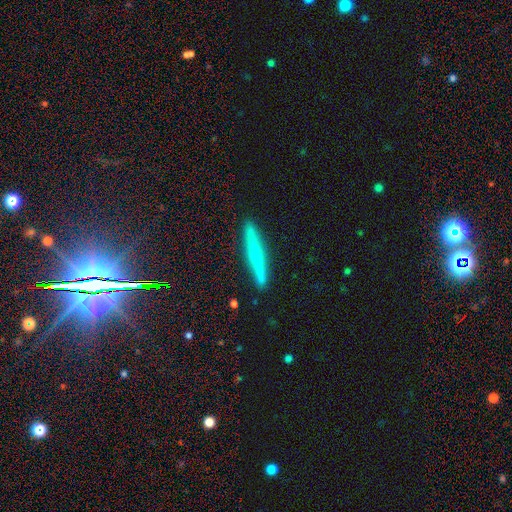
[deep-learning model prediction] The model was most divided on "smooth or featured": featured or disk: 51%, smooth: 40%, star or artifact: 9%. More confident: edge-on disk — yes (96%); merging — none (90%).